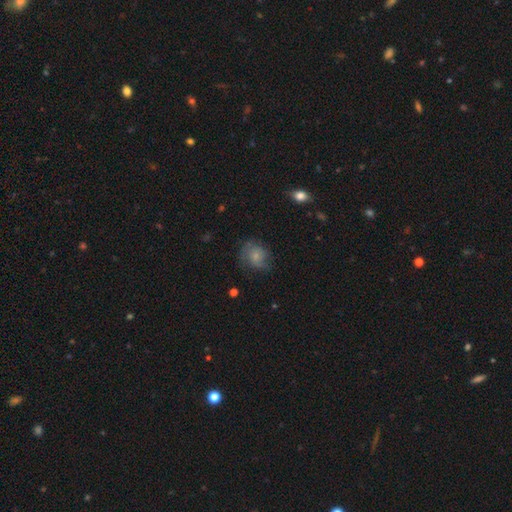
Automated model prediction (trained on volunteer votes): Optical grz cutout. It shows a smooth galaxy with no disk features (61%) that is round (64%). Merging: none (57%).